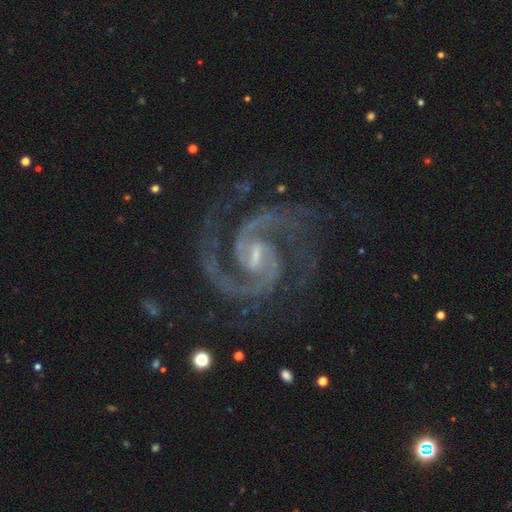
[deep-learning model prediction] This is clearly a featured or disk galaxy (94%). It is clearly not viewed edge-on (98%). Bar: possibly weak (56%). Spiral arm pattern: clearly yes (99%). Spiral arm count: clearly 2 (92%). Spiral winding: likely medium (64%). Central bulge: possibly small (57%). Merging: likely none (77%).